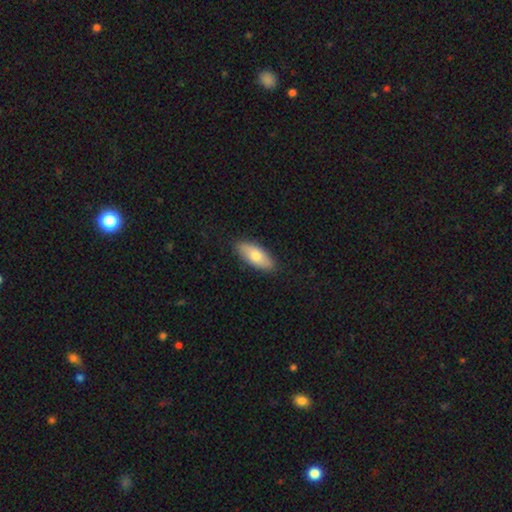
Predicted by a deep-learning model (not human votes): smooth 74%, featured or disk 20%, star or artifact 6%. Down the decision tree: how rounded — in between (82%); merging — none (86%).